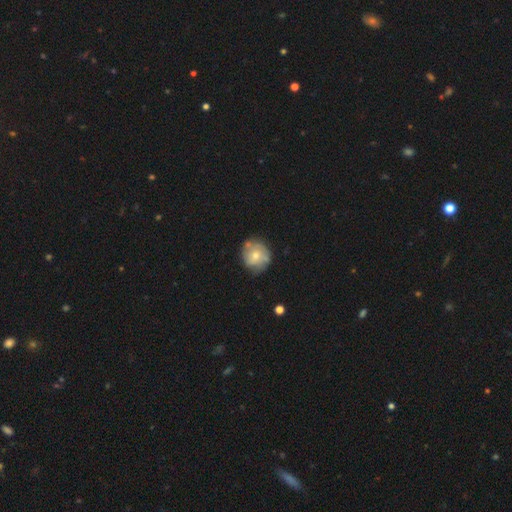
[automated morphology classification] Smooth or featured? smooth (51%)
How rounded? round (84%)
Merging? none (66%)